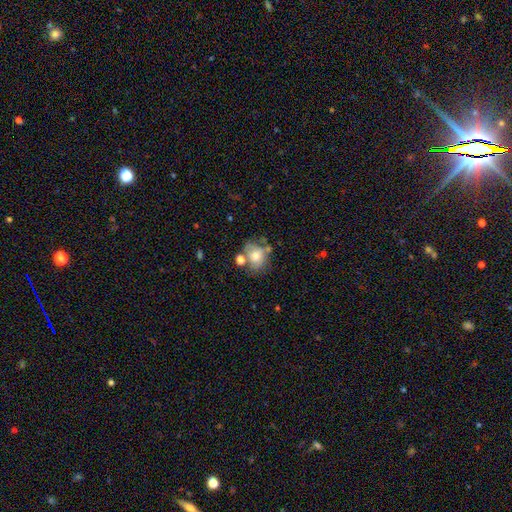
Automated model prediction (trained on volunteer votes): smooth_or_featured: smooth (p=0.66) [alt: featured or disk p=0.24]
how_rounded: round (p=0.57) [alt: in between p=0.42]
merging: none (p=0.46) [alt: minor disturbance p=0.22]